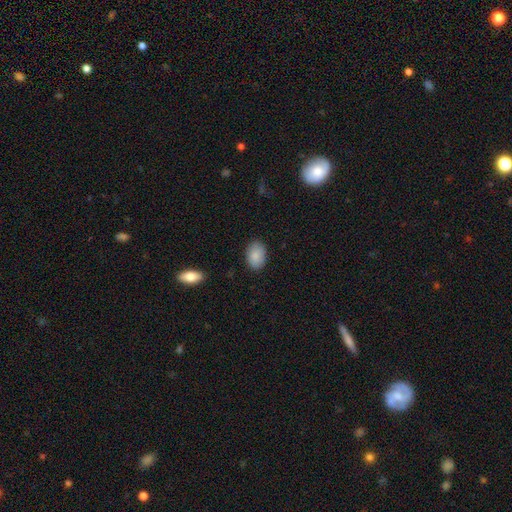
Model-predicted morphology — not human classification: Smooth or featured? smooth (88%)
How rounded? in between (88%)
Merging? none (85%)